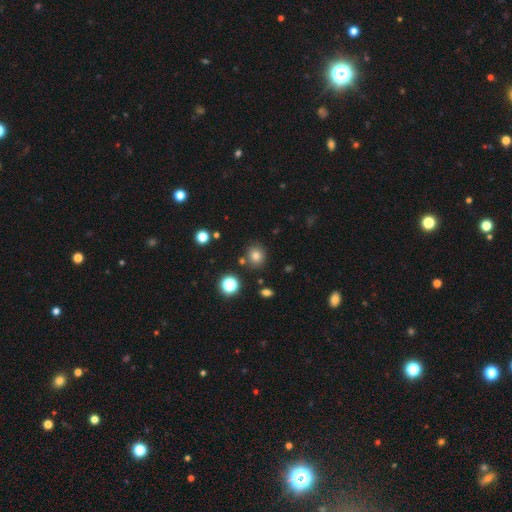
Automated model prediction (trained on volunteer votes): Morphology: type=smooth (77%); roundness=round (85%); merging=none (83%).